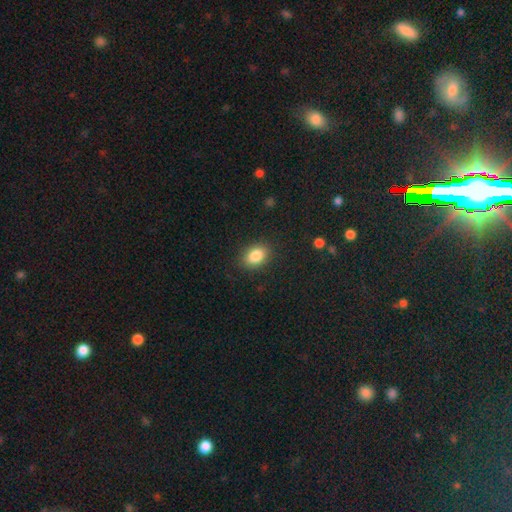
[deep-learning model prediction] Overall: smooth (85%). How rounded: in between (78%). Merging: none (87%).